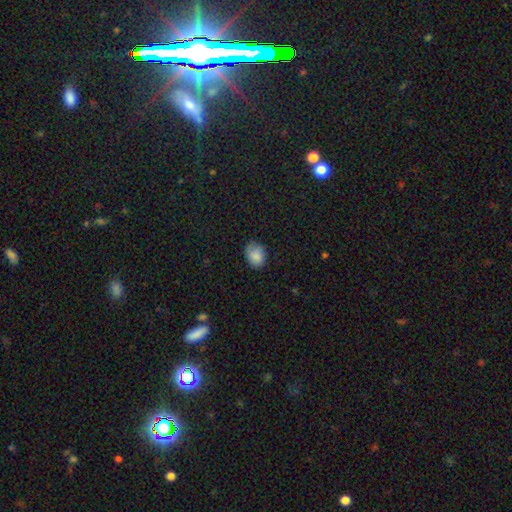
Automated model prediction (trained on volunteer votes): A smooth galaxy with no disk features (84%) that is in between round and cigar-shaped (59%). Merging: none (72%).